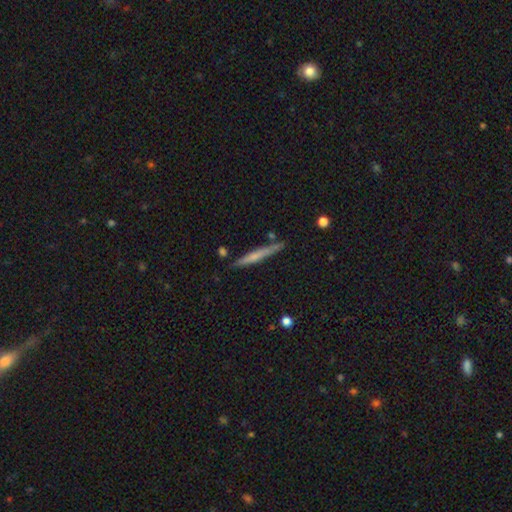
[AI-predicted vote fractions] A smooth galaxy with no disk features (48%).

Vote fractions:
- Smooth or featured? smooth: 48% / featured or disk: 46% / star or artifact: 6%
- Merging? none: 83% / minor disturbance: 11% / merger: 4% / major disturbance: 2%